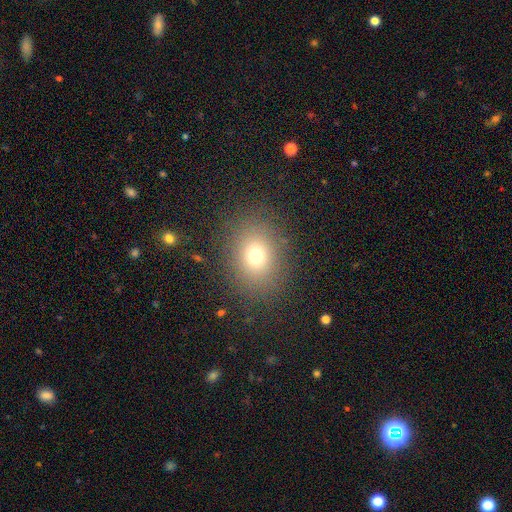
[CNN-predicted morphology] Overall: smooth (72%). How rounded: round (55%; in between 44%). Merging: none (85%).